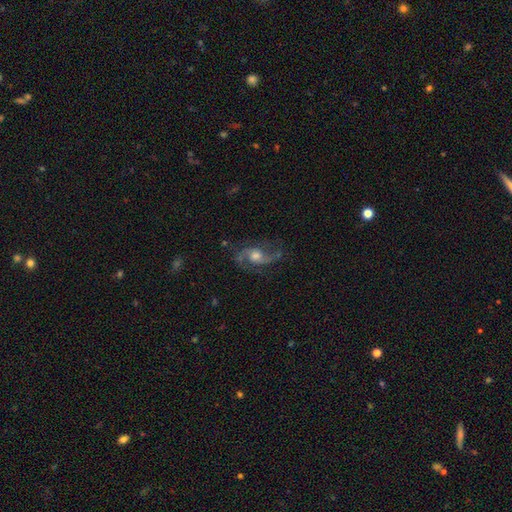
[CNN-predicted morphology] Q: Smooth or featured?
A: featured or disk (84%); runner-up: smooth (8%)
Q: Edge-on disk?
A: no (96%); runner-up: yes (4%)
Q: Bar?
A: no (62%); runner-up: weak (31%)
Q: Spiral arms?
A: yes (96%); runner-up: no (4%)
Q: Spiral winding?
A: loose (46%); runner-up: medium (44%)
Q: Spiral arm count?
A: 2 (86%); runner-up: 3 (4%)
Q: Bulge size?
A: moderate (59%); runner-up: large (19%)
Q: Merging?
A: none (71%); runner-up: minor disturbance (16%)